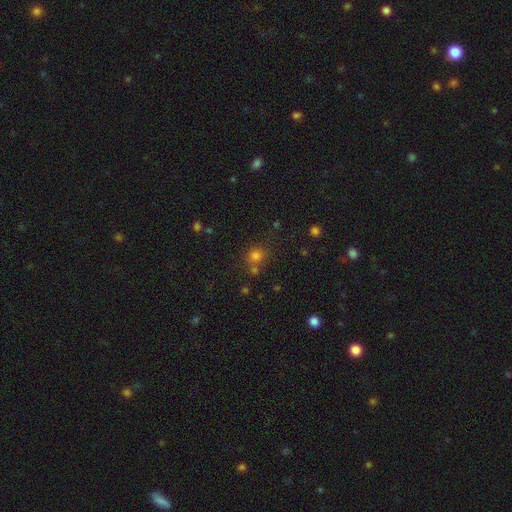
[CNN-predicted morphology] The model was most divided on "merging": none: 65%, merger: 18%, minor disturbance: 12%, major disturbance: 5%. More confident: how rounded — round (81%); smooth or featured — smooth (73%).